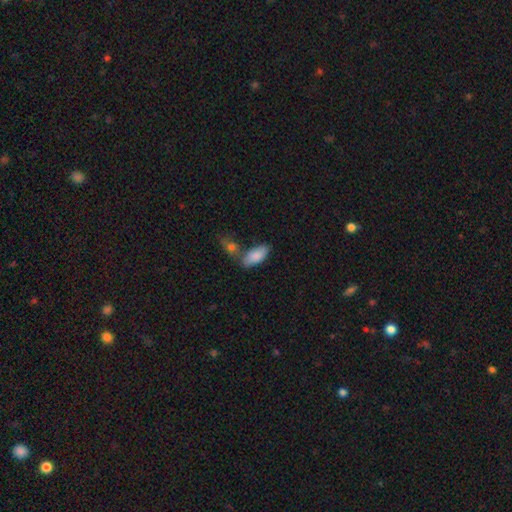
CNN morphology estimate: A smooth galaxy with no disk features (85%) that is in between round and cigar-shaped (88%). Merging: none (58%).